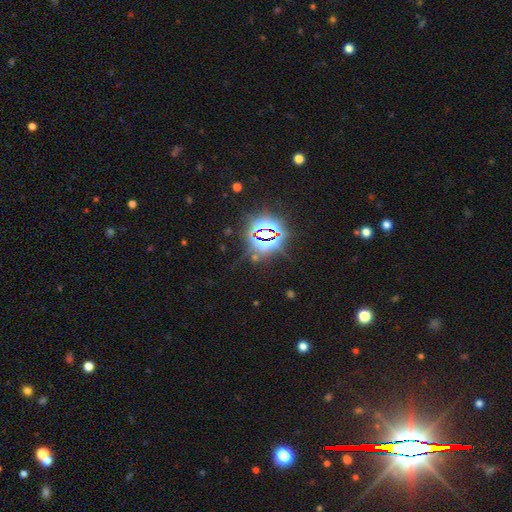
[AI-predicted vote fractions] Smooth or featured? star or artifact (83%)